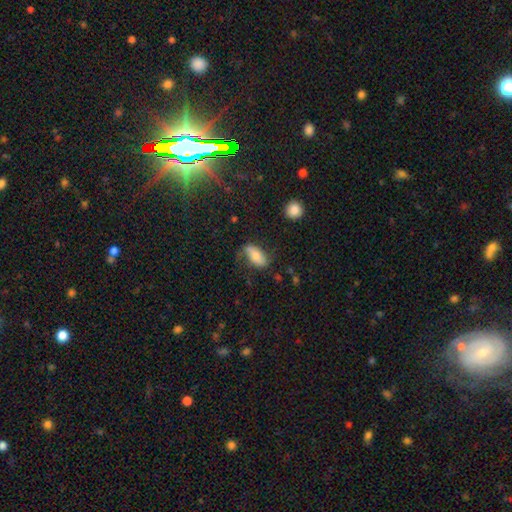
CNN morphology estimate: Smooth or featured: smooth — 62% (featured or disk — 29%)
How rounded: in between — 87% (cigar-shaped — 10%)
Merging: none — 52% (minor disturbance — 27%)